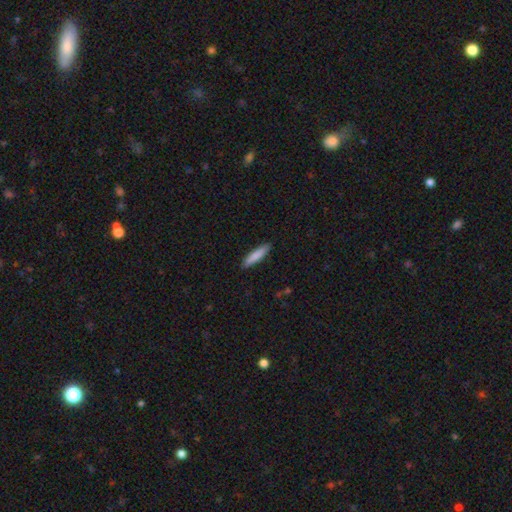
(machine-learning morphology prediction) Overall: smooth (84%). How rounded: cigar-shaped (81%). Merging: none (90%).